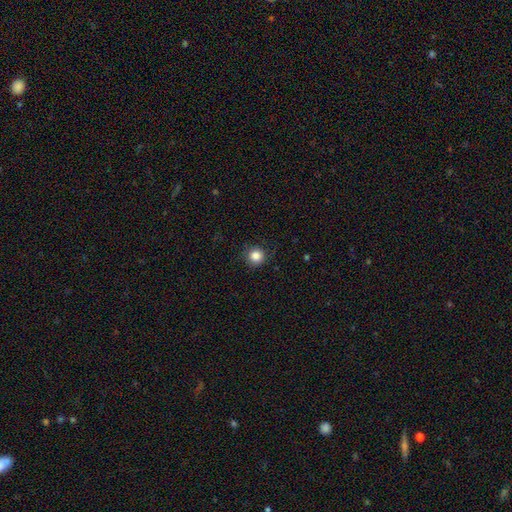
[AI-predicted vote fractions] smooth_or_featured: smooth (p=0.85) [alt: star or artifact p=0.11]
how_rounded: round (p=0.95) [alt: in between p=0.04]
merging: none (p=0.87) [alt: minor disturbance p=0.09]